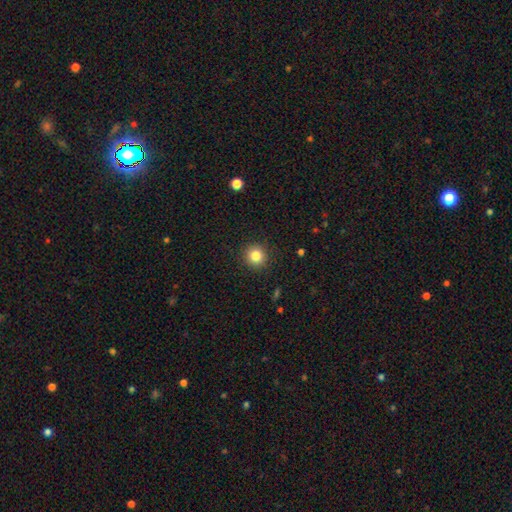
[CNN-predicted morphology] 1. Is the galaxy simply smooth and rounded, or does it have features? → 83% smooth, 11% star or artifact, 6% featured or disk.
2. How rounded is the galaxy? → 93% round, 6% in between, 1% cigar-shaped.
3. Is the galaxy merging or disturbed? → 91% none, 6% minor disturbance, 2% major disturbance, 1% merger.